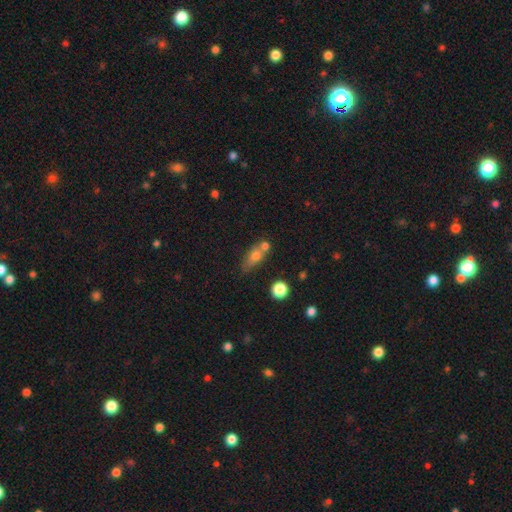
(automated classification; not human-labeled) A smooth galaxy with no disk features (69%) that is in between round and cigar-shaped (65%). Merging: none (42%).